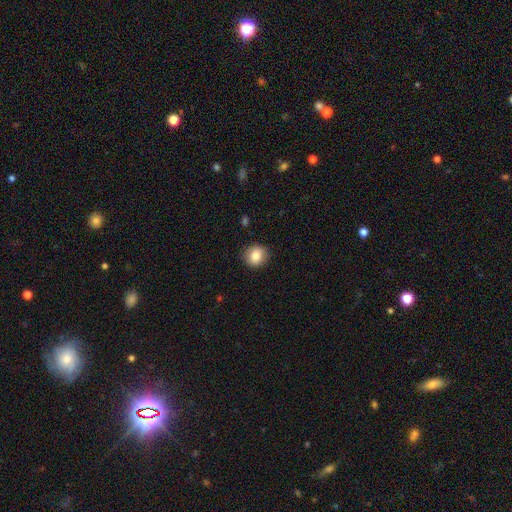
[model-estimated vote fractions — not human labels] This appears to be a smooth galaxy with no disk features (83%) that is round (85%). Merging: none (89%).